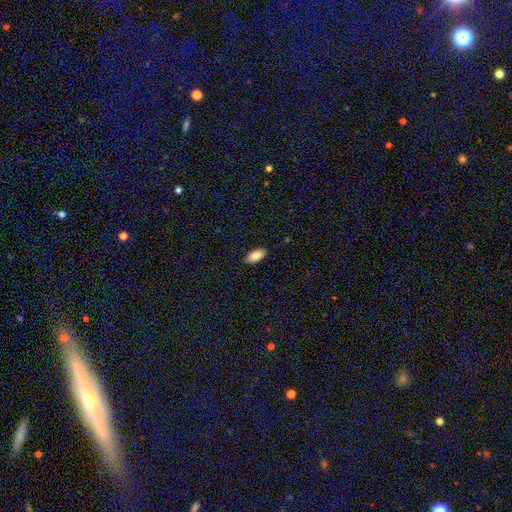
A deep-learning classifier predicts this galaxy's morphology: A smooth galaxy with no disk features (86%) that is in between round and cigar-shaped (93%).

Vote fractions:
- Smooth or featured? smooth: 86% / featured or disk: 7% / star or artifact: 7%
- How rounded? in between: 93% / cigar-shaped: 5% / round: 2%
- Merging? none: 87% / minor disturbance: 10% / major disturbance: 2% / merger: 1%